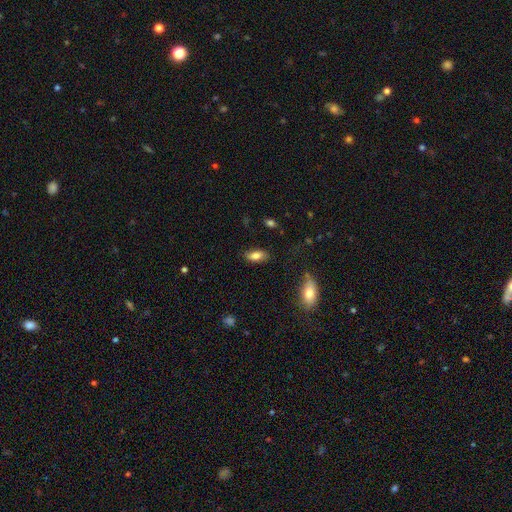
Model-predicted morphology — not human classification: This appears to be a smooth galaxy with no disk features (80%) that is in between round and cigar-shaped (86%). Merging: none (82%).